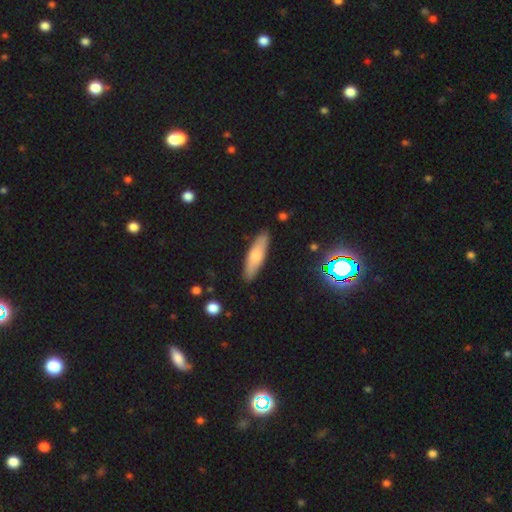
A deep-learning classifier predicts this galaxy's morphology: smooth-or-featured: smooth: 68% | featured or disk: 26% | star or artifact: 6%
  how-rounded: cigar-shaped: 60% | in between: 38% | round: 2%
  merging: none: 88% | minor disturbance: 9% | major disturbance: 2% | merger: 1%